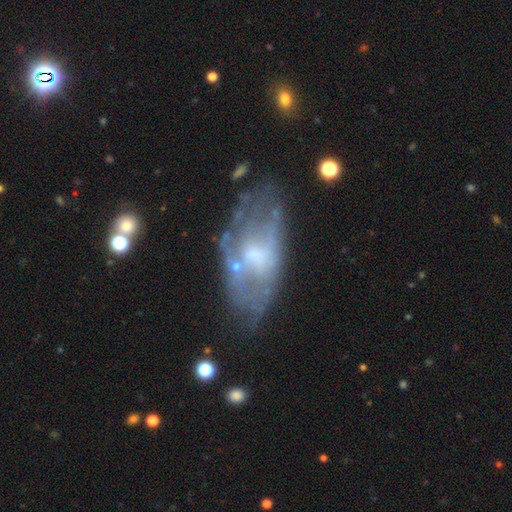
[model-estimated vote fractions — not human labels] featured or disk 66%, smooth 26%, star or artifact 8%. Down the decision tree: edge-on disk — no (90%); bar — no (65%); spiral arms — no (55%); bulge size — small (43%); merging — none (57%).